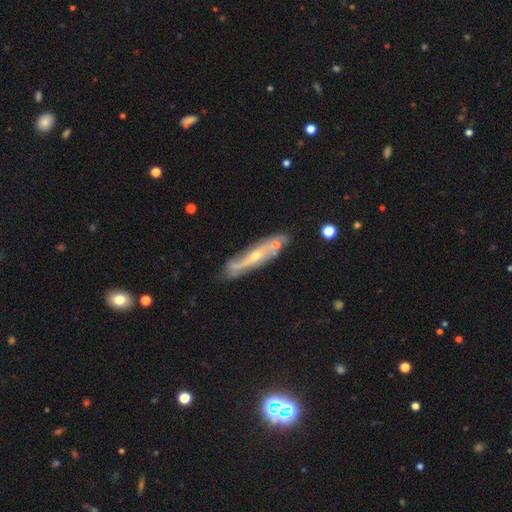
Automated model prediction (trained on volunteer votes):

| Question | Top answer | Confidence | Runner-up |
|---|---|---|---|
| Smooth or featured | featured or disk | 74% | smooth (19%) |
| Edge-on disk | no | 51% | yes (49%) |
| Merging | none | 64% | minor disturbance (20%) |